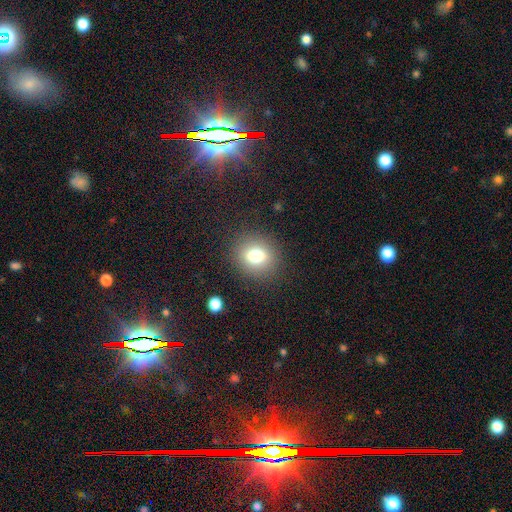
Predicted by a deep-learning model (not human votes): Morphology: type=smooth (75%); roundness=round (67%); merging=none (87%).